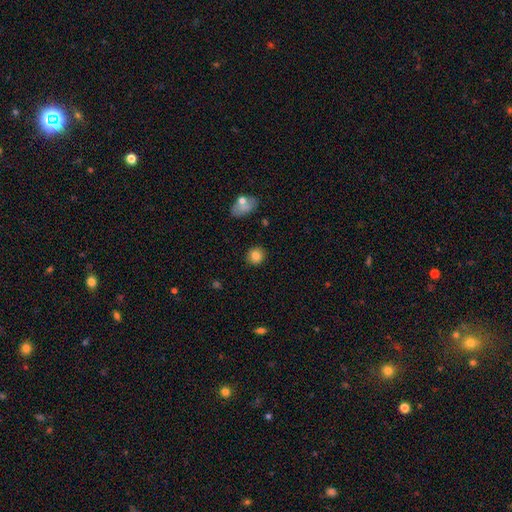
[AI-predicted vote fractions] smooth-or-featured: smooth: 85% | star or artifact: 10% | featured or disk: 6%
  how-rounded: round: 86% | in between: 13% | cigar-shaped: 1%
  merging: none: 90% | minor disturbance: 7% | major disturbance: 2% | merger: 2%